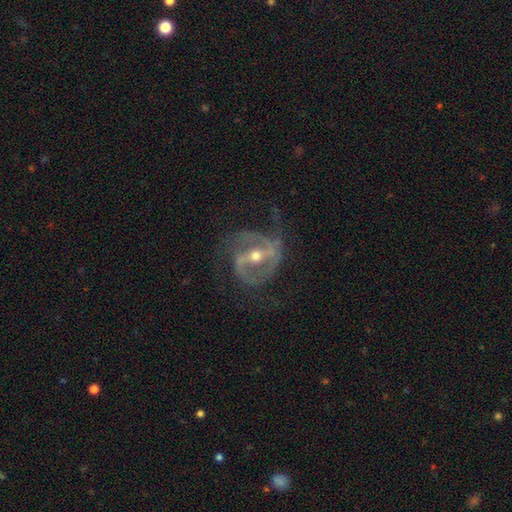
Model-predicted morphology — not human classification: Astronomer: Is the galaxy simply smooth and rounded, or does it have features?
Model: featured or disk — 88%.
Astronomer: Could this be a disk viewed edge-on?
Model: no — 96%.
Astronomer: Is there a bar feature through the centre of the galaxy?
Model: strong — 54% (runner-up: weak, 31%).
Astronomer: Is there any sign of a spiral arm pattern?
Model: yes — 93%.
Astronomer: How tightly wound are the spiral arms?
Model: medium — 49% (runner-up: tight, 30%).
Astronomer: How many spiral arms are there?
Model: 2 — 60%.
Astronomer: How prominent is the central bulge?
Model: moderate — 60% (runner-up: small, 36%).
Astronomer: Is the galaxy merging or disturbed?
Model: none — 63%.